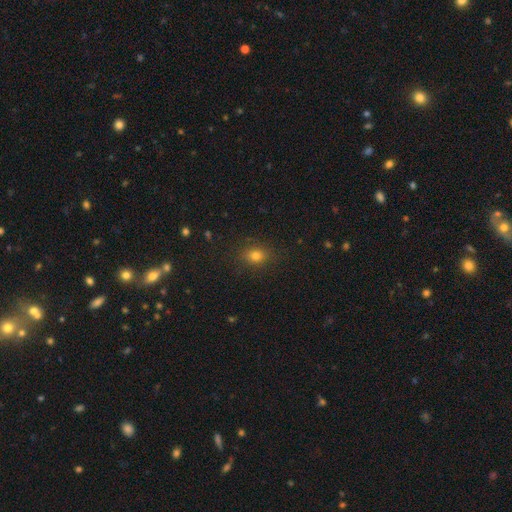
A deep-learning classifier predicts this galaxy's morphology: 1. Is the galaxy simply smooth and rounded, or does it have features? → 77% smooth, 16% star or artifact, 7% featured or disk.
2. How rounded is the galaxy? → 49% in between (tied), 49% round (tied), 2% cigar-shaped.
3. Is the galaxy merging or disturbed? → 86% none, 10% minor disturbance, 3% major disturbance, 1% merger.